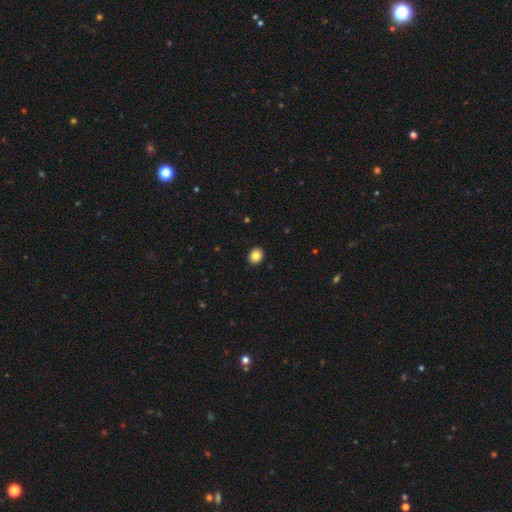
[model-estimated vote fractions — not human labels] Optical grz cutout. It shows a smooth galaxy with no disk features (85%) that is round (57%). Merging: none (92%).